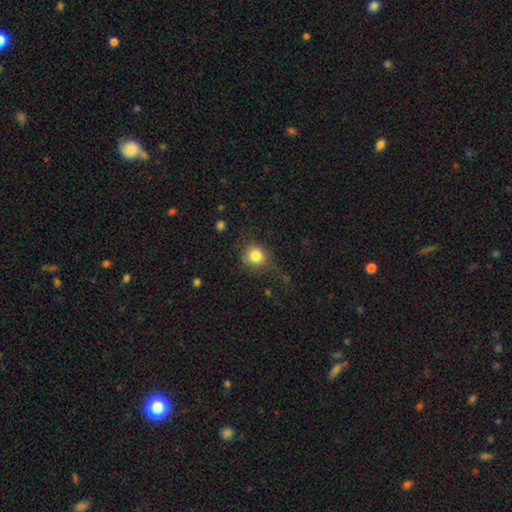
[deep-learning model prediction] Smooth or featured: smooth — 82% (star or artifact — 11%)
How rounded: round — 86% (in between — 13%)
Merging: none — 68% (minor disturbance — 19%)